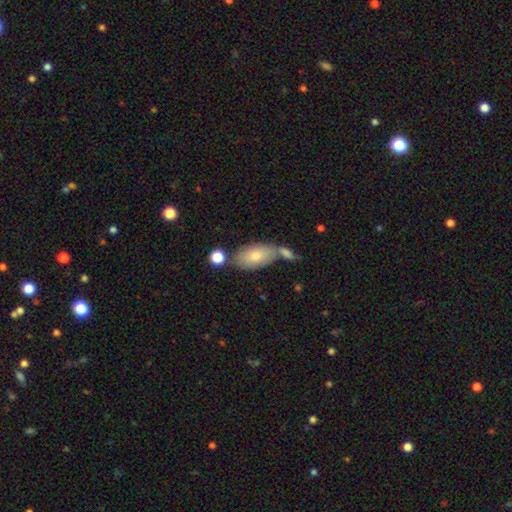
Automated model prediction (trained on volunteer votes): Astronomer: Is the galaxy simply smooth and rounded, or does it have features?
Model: smooth — 76%.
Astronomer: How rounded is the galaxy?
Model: in between — 93%.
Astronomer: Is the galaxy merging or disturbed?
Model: none — 57%.